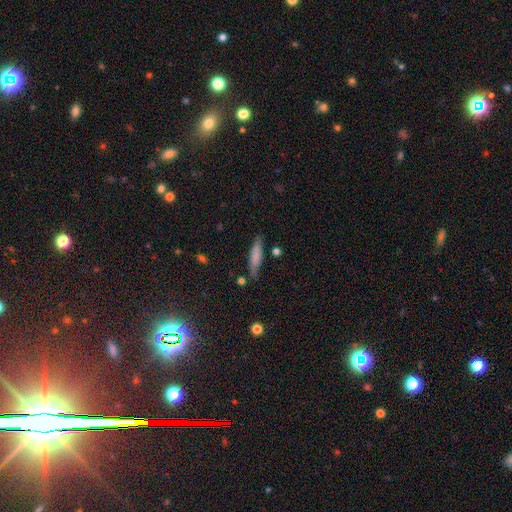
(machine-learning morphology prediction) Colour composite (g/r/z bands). It shows a smooth galaxy with no disk features (73%) that is cigar-shaped (76%). Merging: none (75%).